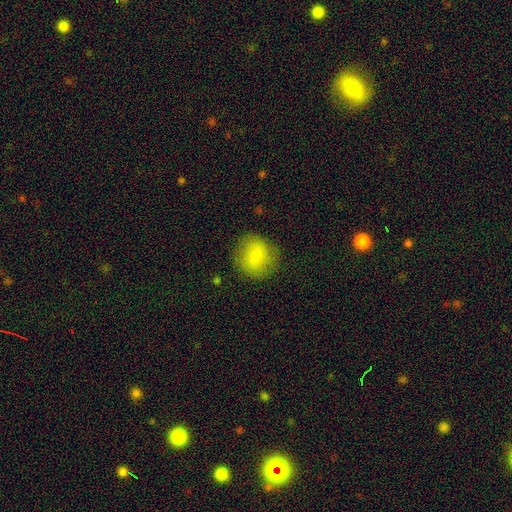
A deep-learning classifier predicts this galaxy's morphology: Smooth or featured? Predicted: smooth (p=0.76). How rounded? Predicted: round (p=0.83). Merging? Predicted: none (p=0.83).